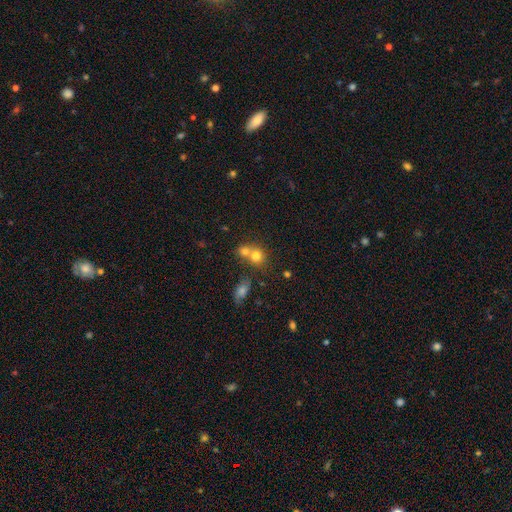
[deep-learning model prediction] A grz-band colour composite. It shows a smooth galaxy with no disk features (75%) that is round (77%). Merging: merger (52%).